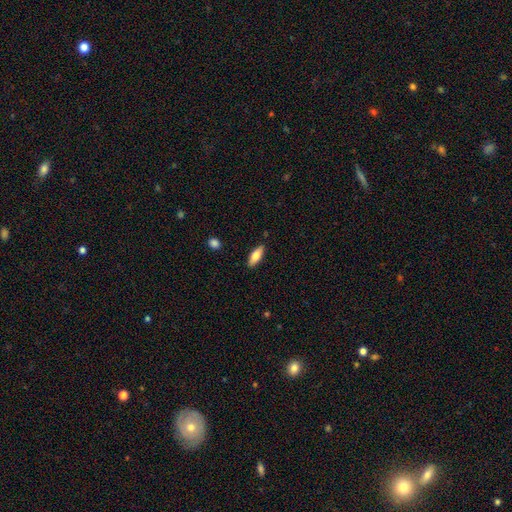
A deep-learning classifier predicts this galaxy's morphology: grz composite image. It shows a smooth galaxy with no disk features (74%) that is in between round and cigar-shaped (69%). Merging: none (87%).